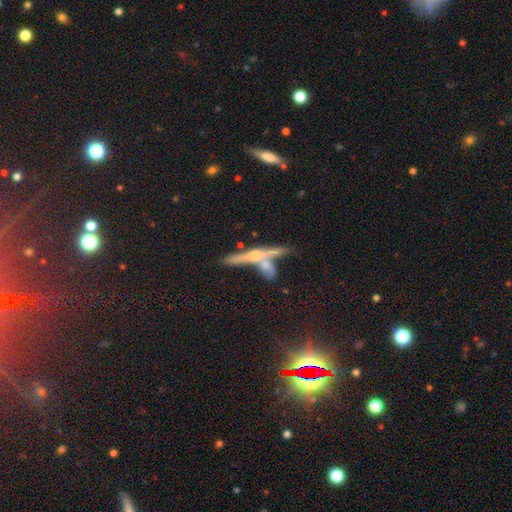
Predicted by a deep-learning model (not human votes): Smooth or featured?
  - featured or disk: 66% *
  - smooth: 20%
  - star or artifact: 14%
Edge-on disk?
  - yes: 93% *
  - no: 7%
Edge-on bulge?
  - rounded: 77% *
  - none: 14%
  - boxy: 9%
Merging?
  - none: 57% *
  - merger: 28%
  - minor disturbance: 11%
  - major disturbance: 5%